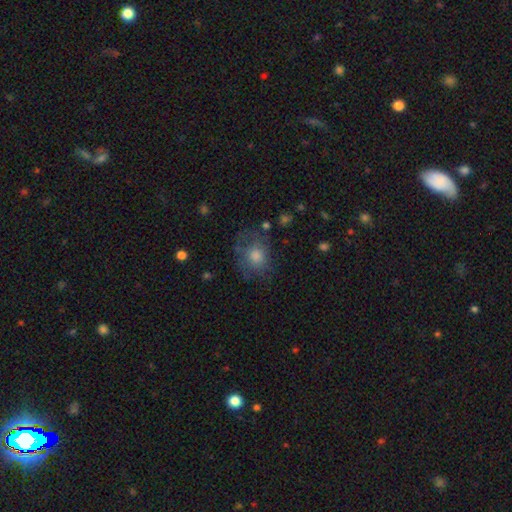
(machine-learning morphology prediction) Smooth or featured: smooth — 63% (featured or disk — 25%)
How rounded: round — 60% (in between — 39%)
Merging: none — 59% (minor disturbance — 23%)